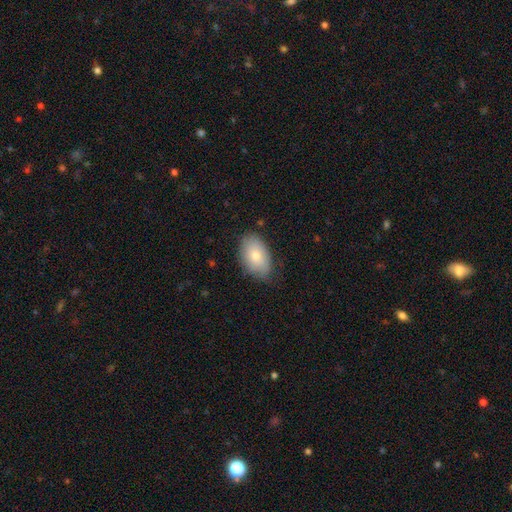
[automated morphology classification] type=smooth (78%); roundness=in between (91%); merging=none (76%).